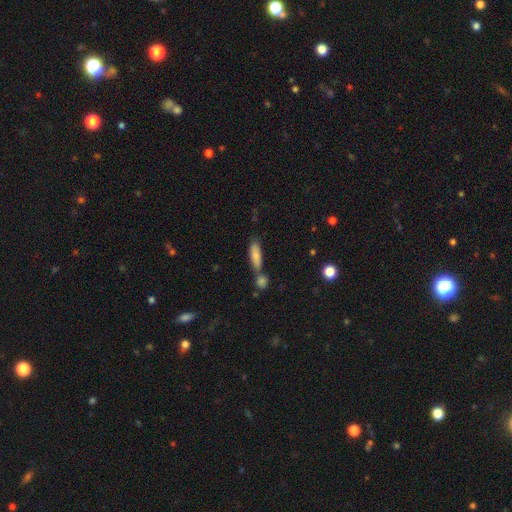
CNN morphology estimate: type=smooth (80%); roundness=cigar-shaped (53%); merging=none (52%).